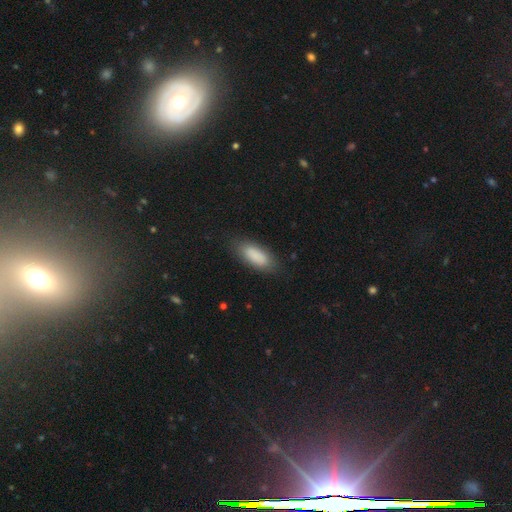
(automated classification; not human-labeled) This is clearly a smooth galaxy (86%). How rounded: likely in between (79%). Merging: likely none (79%).